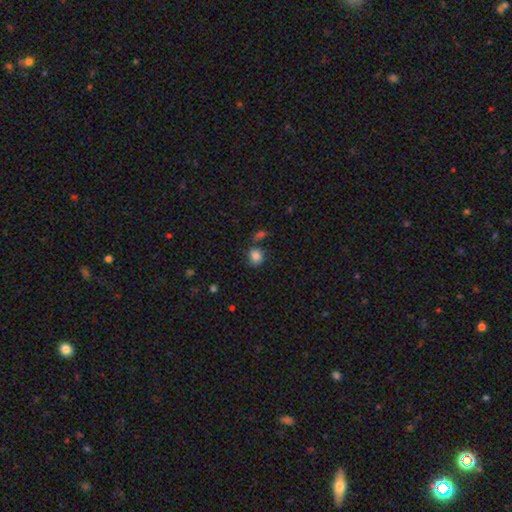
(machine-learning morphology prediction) This appears to be a smooth galaxy with no disk features (85%) that is round (76%). Merging: none (72%).